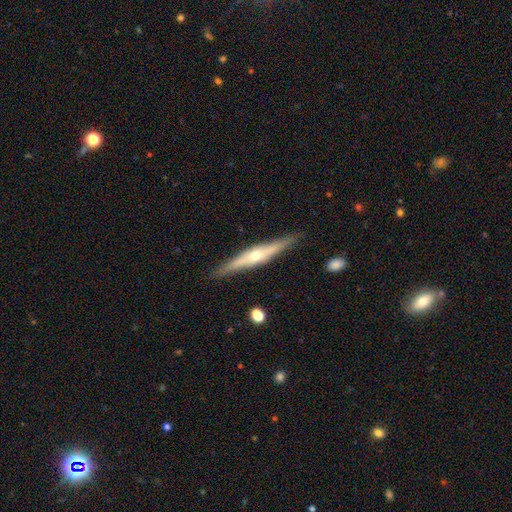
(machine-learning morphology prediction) A featured or disk galaxy (73%) viewed edge-on (96%) with a rounded central bulge (86%). Merging: none (88%).